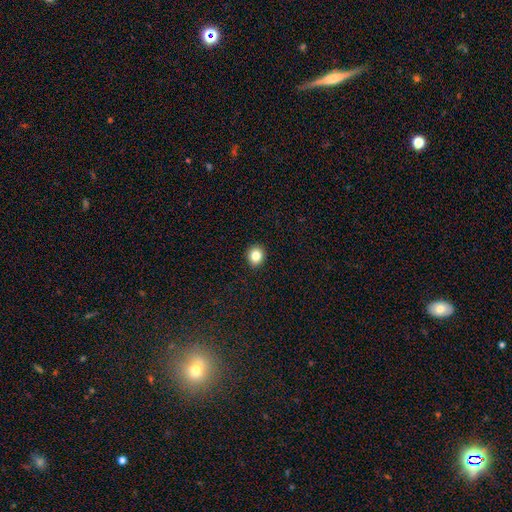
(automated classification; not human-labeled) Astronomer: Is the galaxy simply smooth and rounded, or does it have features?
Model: smooth — 83%.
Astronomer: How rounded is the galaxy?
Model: round — 78%.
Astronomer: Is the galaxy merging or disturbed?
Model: none — 92%.